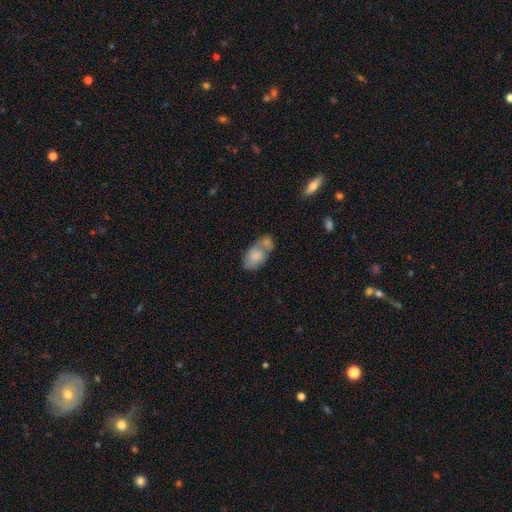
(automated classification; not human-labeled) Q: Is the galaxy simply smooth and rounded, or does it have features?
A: smooth — 74%.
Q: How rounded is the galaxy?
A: in between — 89%.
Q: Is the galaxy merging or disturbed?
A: merger — 52%.